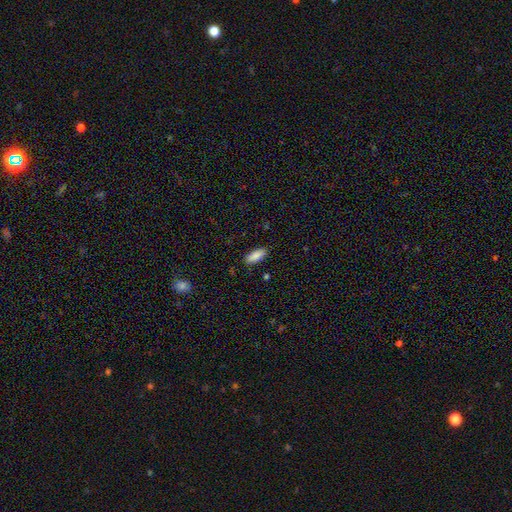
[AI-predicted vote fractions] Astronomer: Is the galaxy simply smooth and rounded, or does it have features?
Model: smooth — 87%.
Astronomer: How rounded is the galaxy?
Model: in between — 79%.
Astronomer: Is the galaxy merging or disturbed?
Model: none — 87%.